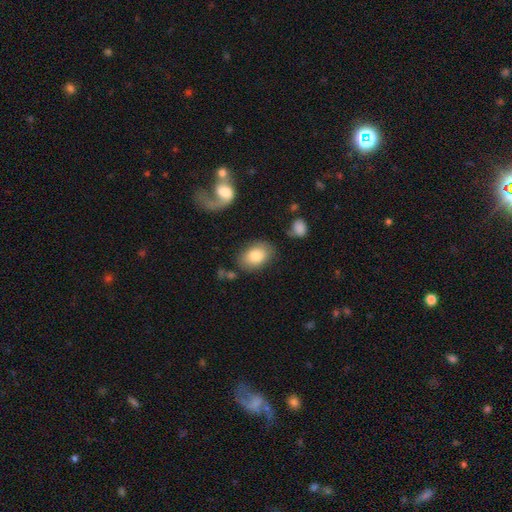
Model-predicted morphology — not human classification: This appears to be a smooth galaxy with no disk features (81%) that is in between round and cigar-shaped (83%). Merging: none (77%).